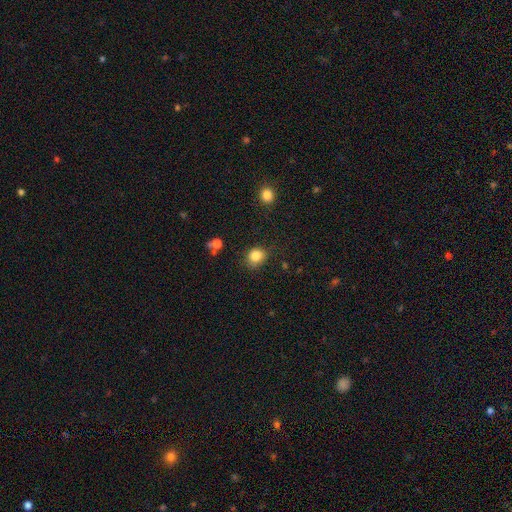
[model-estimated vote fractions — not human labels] Smooth or featured? smooth (83%)
How rounded? round (71%)
Merging? none (75%)